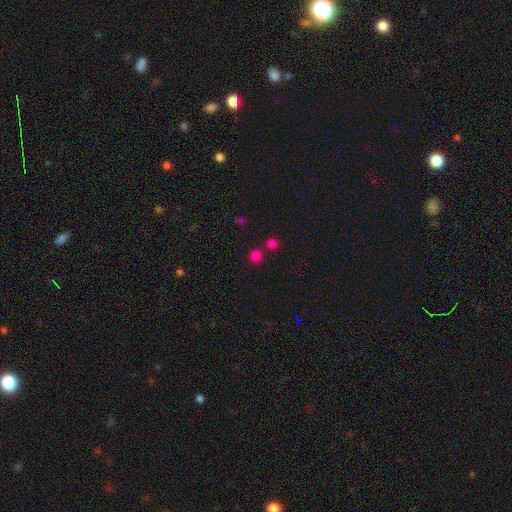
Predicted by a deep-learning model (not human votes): Overall: smooth (76%). How rounded: round (88%). Merging: none (69%).